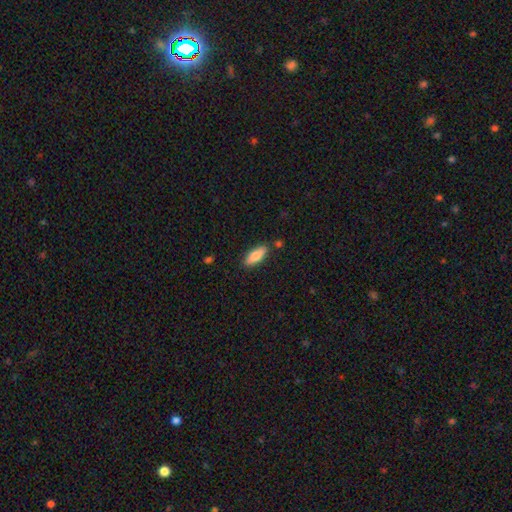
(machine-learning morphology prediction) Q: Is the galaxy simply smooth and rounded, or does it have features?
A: smooth — 75%.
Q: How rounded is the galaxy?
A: in between — 68%.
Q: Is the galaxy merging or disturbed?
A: none — 83%.